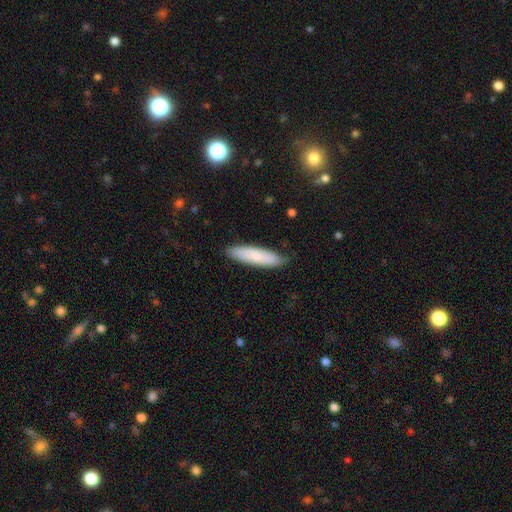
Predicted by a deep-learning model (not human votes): Smooth or featured?
  - smooth: 79% *
  - featured or disk: 15%
  - star or artifact: 6%
How rounded?
  - cigar-shaped: 70% *
  - in between: 29%
  - round: 1%
Merging?
  - none: 86% *
  - minor disturbance: 11%
  - major disturbance: 2%
  - merger: 1%